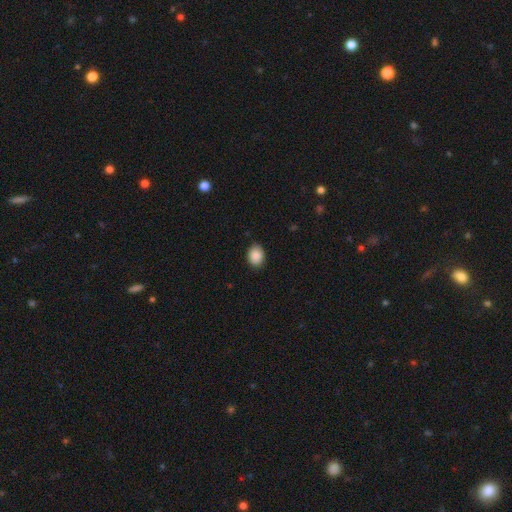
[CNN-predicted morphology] The model was most divided on "how rounded": in between: 61%, round: 38%, cigar-shaped: 1%. More confident: smooth or featured — smooth (88%); merging — none (84%).